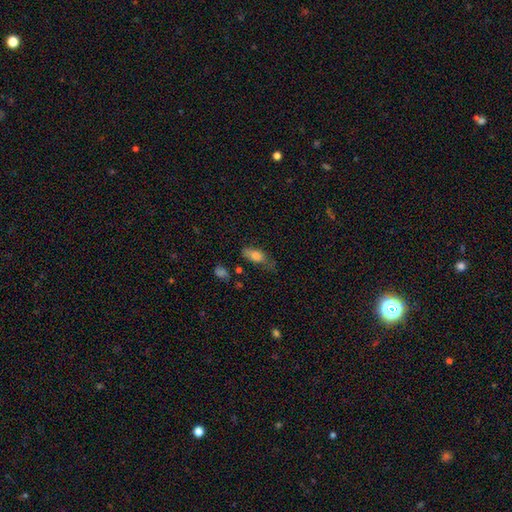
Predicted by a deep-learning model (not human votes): Smooth or featured: smooth — 76% (featured or disk — 15%)
How rounded: in between — 81% (cigar-shaped — 15%)
Merging: none — 46% (minor disturbance — 33%)